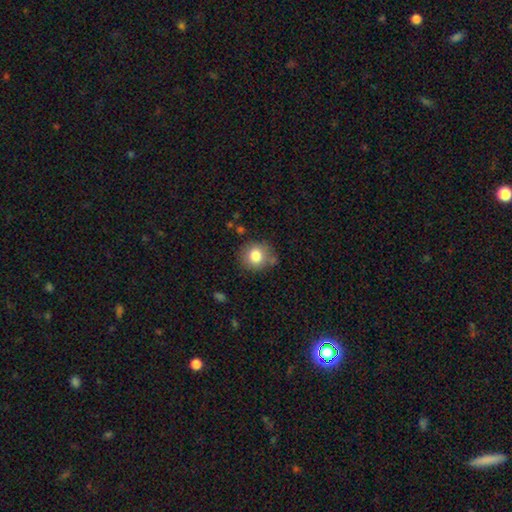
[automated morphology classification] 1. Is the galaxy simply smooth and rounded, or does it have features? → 81% smooth, 10% star or artifact, 9% featured or disk.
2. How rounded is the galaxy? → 86% round, 14% in between, 1% cigar-shaped.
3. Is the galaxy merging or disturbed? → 77% none, 15% minor disturbance, 4% merger, 4% major disturbance.